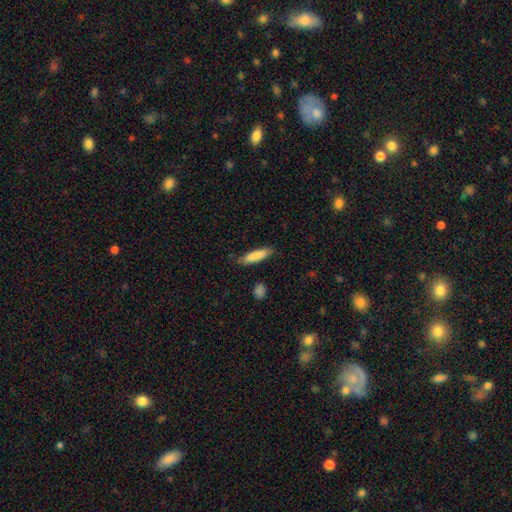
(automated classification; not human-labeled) A smooth galaxy with no disk features (86%) that is cigar-shaped (72%). Merging: none (84%).